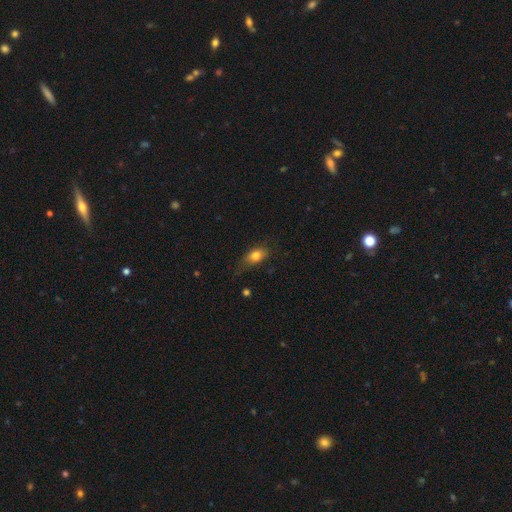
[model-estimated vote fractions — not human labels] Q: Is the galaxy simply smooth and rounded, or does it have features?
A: smooth — 79%.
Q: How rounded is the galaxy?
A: in between — 80%.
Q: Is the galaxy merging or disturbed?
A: none — 59%.